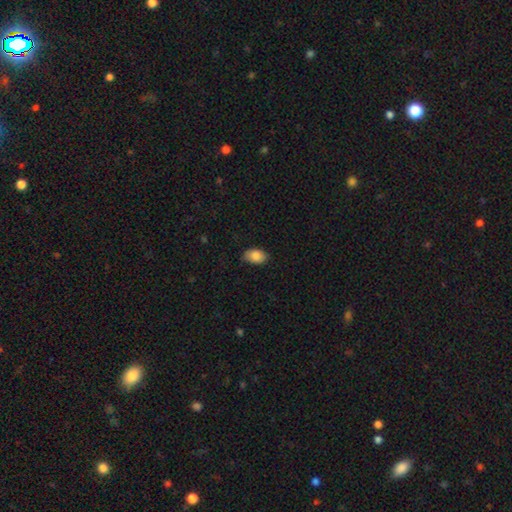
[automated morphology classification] smooth_or_featured: smooth (p=0.86) [alt: star or artifact p=0.07]
how_rounded: in between (p=0.88) [alt: round p=0.11]
merging: none (p=0.78) [alt: minor disturbance p=0.18]